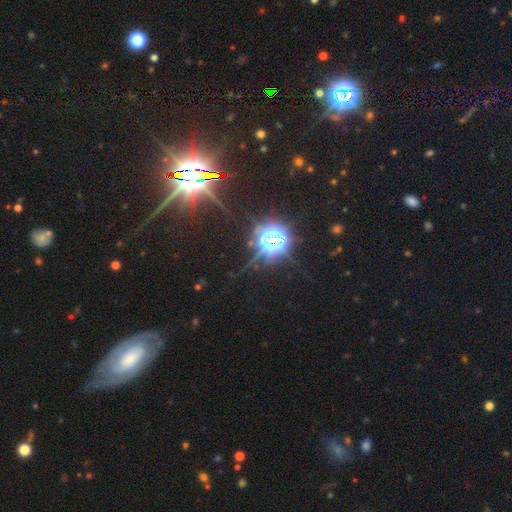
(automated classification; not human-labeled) Smooth or featured: star or artifact — 73% (smooth — 15%)